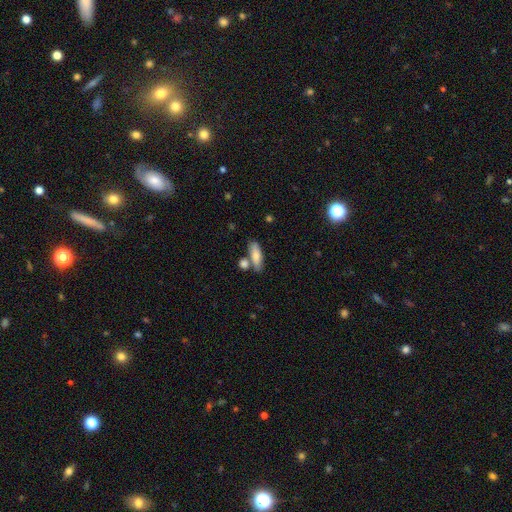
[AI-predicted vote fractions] Smooth or featured?
  - smooth: 80% *
  - featured or disk: 13%
  - star or artifact: 6%
How rounded?
  - in between: 60% *
  - cigar-shaped: 36%
  - round: 3%
Merging?
  - none: 64% *
  - merger: 19%
  - minor disturbance: 13%
  - major disturbance: 4%